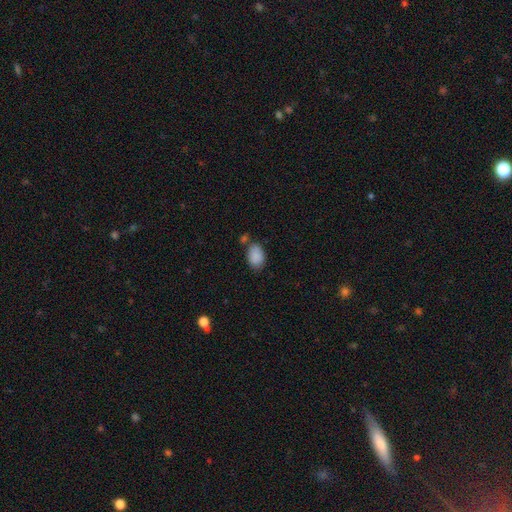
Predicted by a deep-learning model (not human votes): A smooth galaxy with no disk features (89%) that is in between round and cigar-shaped (86%). Merging: none (69%).